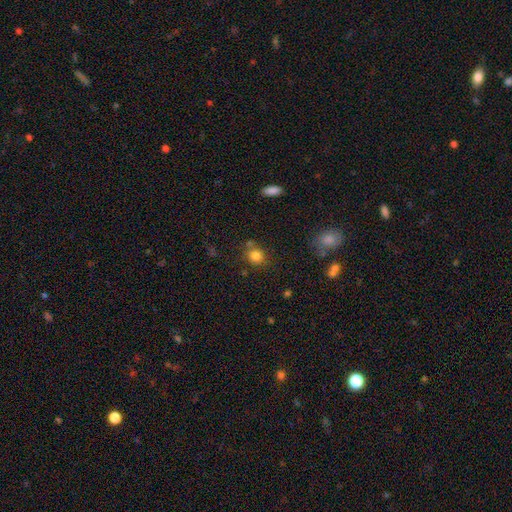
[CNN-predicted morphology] This appears to be a smooth galaxy with no disk features (82%) that is round (77%). Merging: none (70%).